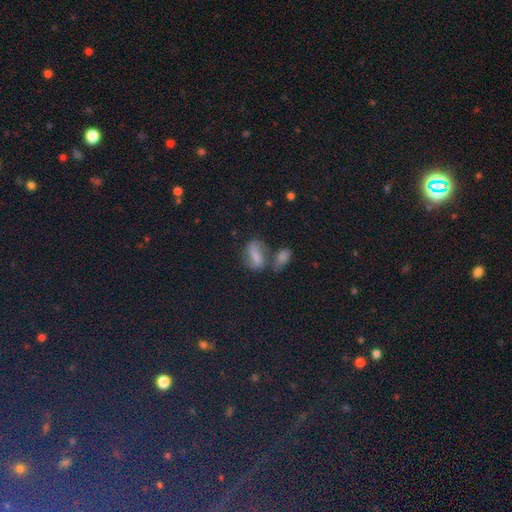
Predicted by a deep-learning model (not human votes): Q: Smooth or featured?
A: smooth (47%); runner-up: star or artifact (30%)
Q: Merging?
A: none (44%); runner-up: merger (31%)